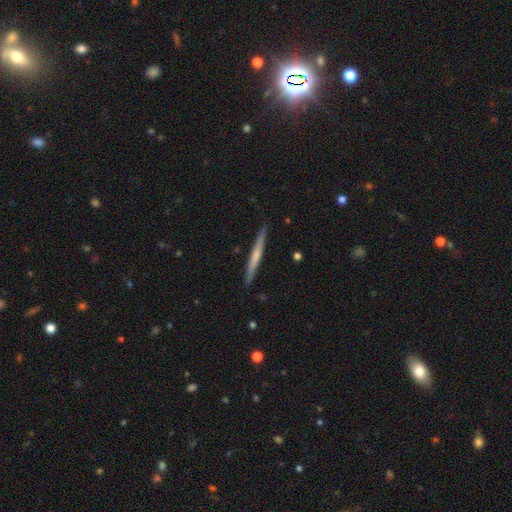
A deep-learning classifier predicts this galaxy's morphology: This is possibly a smooth galaxy (48%). Merging: clearly none (90%).